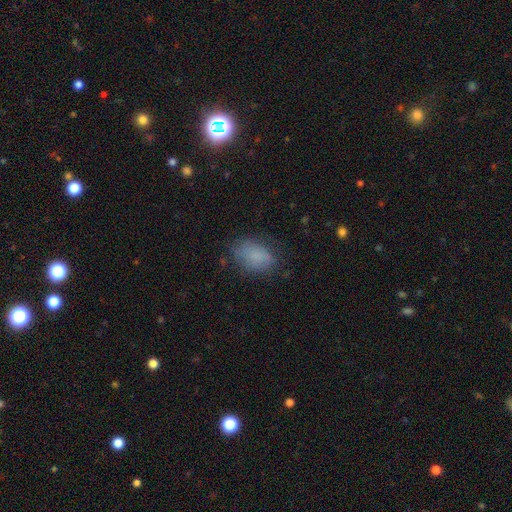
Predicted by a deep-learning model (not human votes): This appears to be a smooth galaxy with no disk features (80%) that is in between round and cigar-shaped (86%). Merging: none (67%).